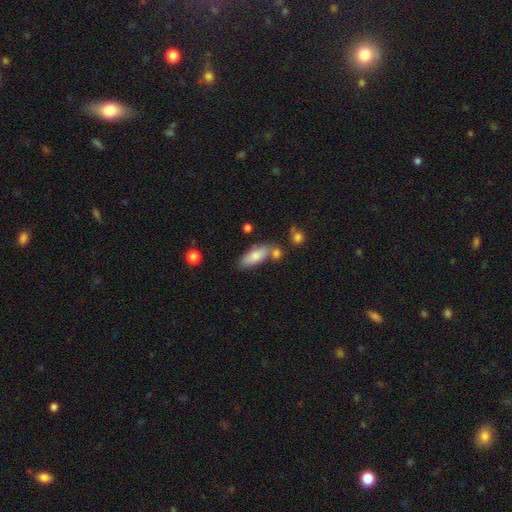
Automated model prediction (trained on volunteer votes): A smooth galaxy with no disk features (80%) that is in between round and cigar-shaped (73%). Merging: none (64%).